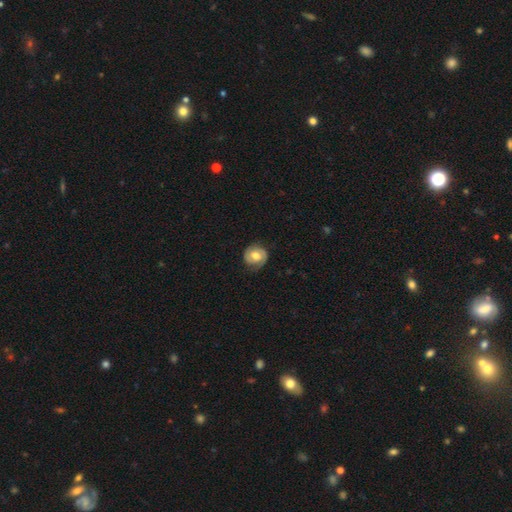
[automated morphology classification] Smooth or featured? featured or disk (49%)
Merging? none (76%)